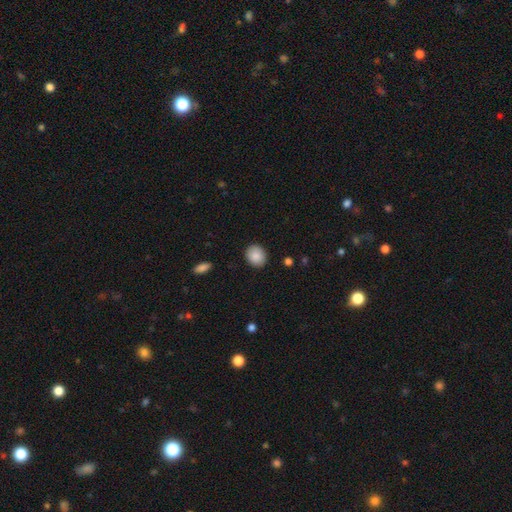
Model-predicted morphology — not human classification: Smooth or featured? smooth (89%)
How rounded? round (63%)
Merging? none (89%)